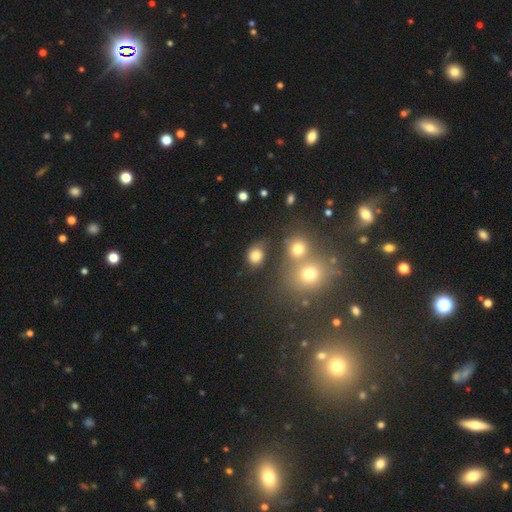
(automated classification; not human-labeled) Smooth or featured?
  - smooth: 78% *
  - star or artifact: 13%
  - featured or disk: 9%
How rounded?
  - round: 67% *
  - in between: 32%
  - cigar-shaped: 1%
Merging?
  - none: 63% *
  - minor disturbance: 18%
  - merger: 10%
  - major disturbance: 8%